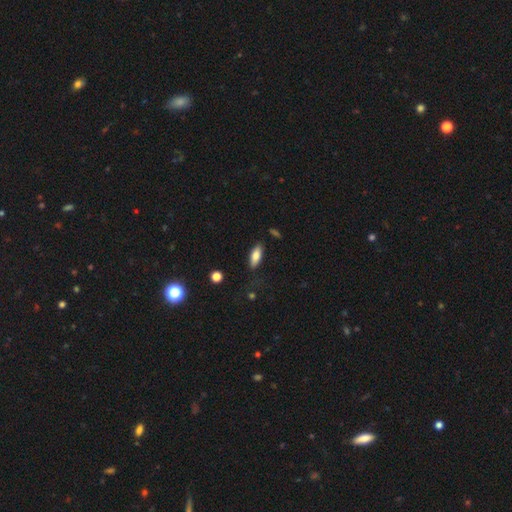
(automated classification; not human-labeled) A smooth galaxy with no disk features (79%) that is in between round and cigar-shaped (74%).

Vote fractions:
- Smooth or featured? smooth: 79% / featured or disk: 14% / star or artifact: 7%
- How rounded? in between: 74% / cigar-shaped: 24% / round: 2%
- Merging? none: 80% / minor disturbance: 14% / major disturbance: 4% / merger: 2%